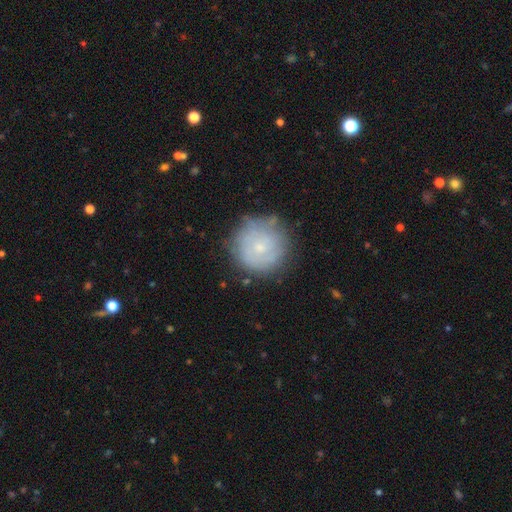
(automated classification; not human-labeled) Smooth or featured? smooth (52%)
How rounded? round (94%)
Merging? none (71%)